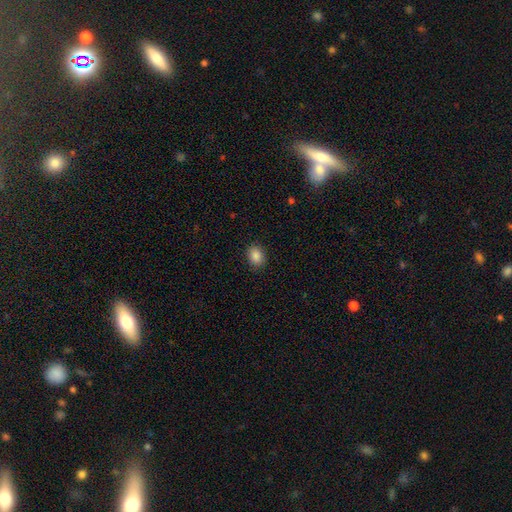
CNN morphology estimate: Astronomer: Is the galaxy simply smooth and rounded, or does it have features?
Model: smooth — 87%.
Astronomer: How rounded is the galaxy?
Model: in between — 56% (runner-up: round, 43%).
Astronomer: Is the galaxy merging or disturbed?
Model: none — 88%.